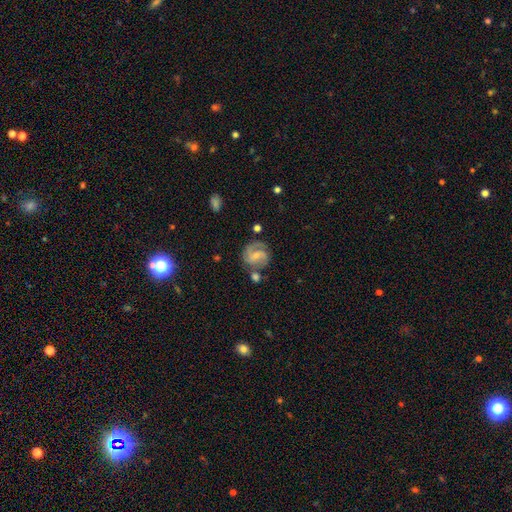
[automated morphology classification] The model was most divided on "bar": weak: 48%, no: 38%, strong: 14%. Remaining: edge-on disk — no (98%); spiral arms — yes (94%); smooth or featured — featured or disk (78%); spiral arm count — 2 (68%); merging — none (65%); bulge size — small (63%); spiral winding — medium (48%).